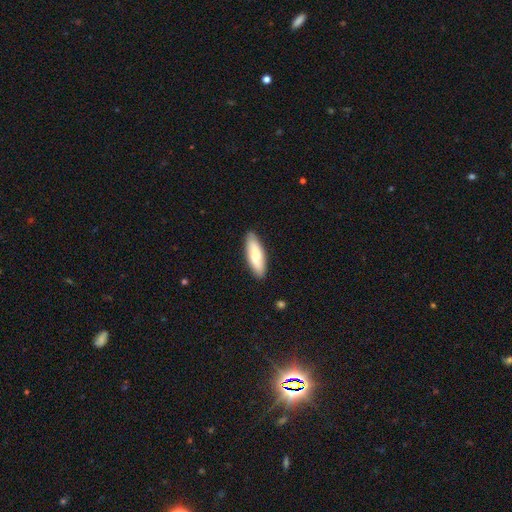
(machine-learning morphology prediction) Smooth or featured? Predicted: smooth (p=0.69). How rounded? Predicted: in between (p=0.53). Merging? Predicted: none (p=0.88).